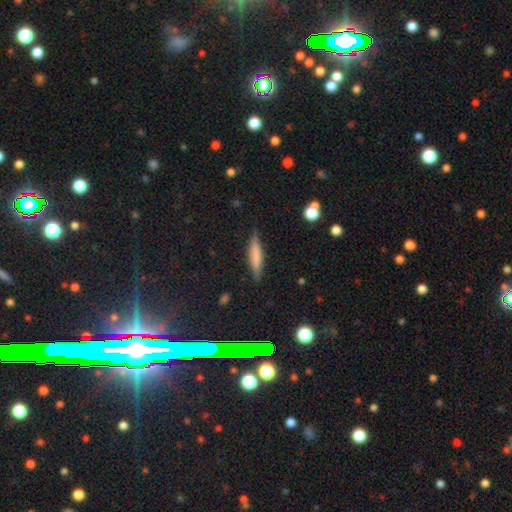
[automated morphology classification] This is likely a smooth galaxy (68%). How rounded: clearly cigar-shaped (86%). Merging: clearly none (85%).